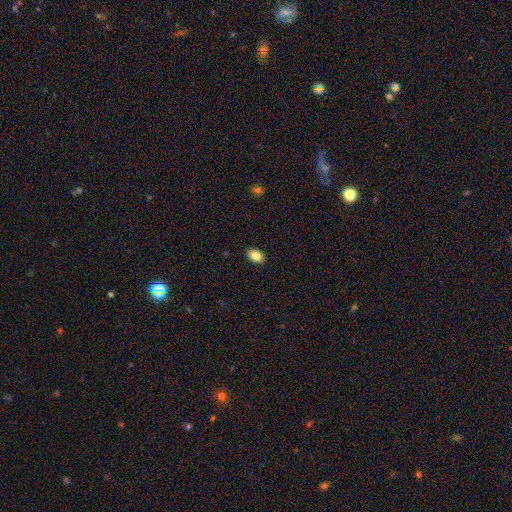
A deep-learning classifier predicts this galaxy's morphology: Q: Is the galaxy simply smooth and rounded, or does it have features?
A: smooth — 87%.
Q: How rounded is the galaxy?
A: in between — 82%.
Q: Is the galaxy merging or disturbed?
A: none — 89%.